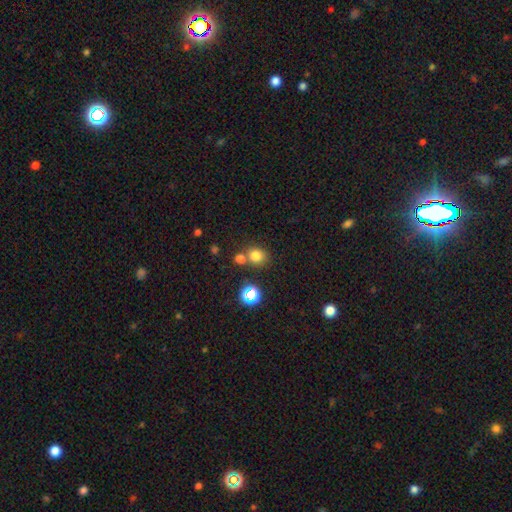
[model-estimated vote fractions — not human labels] A smooth galaxy with no disk features (76%) that is round (75%).

Vote fractions:
- Smooth or featured? smooth: 76% / star or artifact: 17% / featured or disk: 7%
- How rounded? round: 75% / in between: 24% / cigar-shaped: 1%
- Merging? none: 63% / merger: 24% / minor disturbance: 10% / major disturbance: 4%